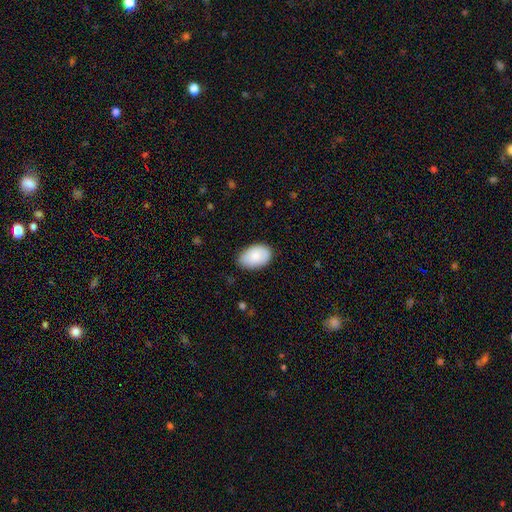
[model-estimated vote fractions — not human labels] The model was most divided on "merging": none: 78%, minor disturbance: 18%, major disturbance: 3%, merger: 1%. More confident: how rounded — in between (91%); smooth or featured — smooth (83%).